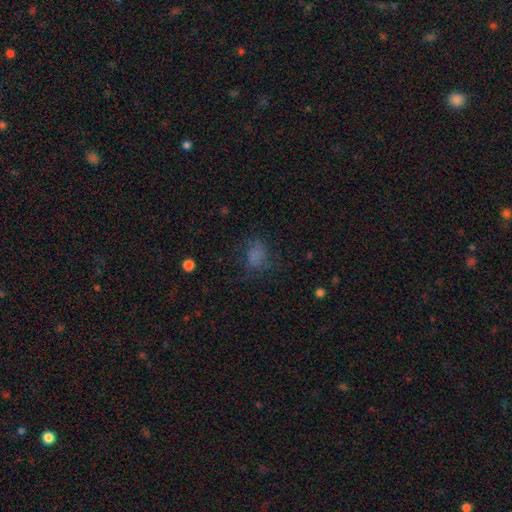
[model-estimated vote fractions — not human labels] smooth-or-featured: smooth: 69% | star or artifact: 17% | featured or disk: 13%
  how-rounded: in between: 59% | round: 39% | cigar-shaped: 2%
  merging: none: 58% | minor disturbance: 22% | major disturbance: 19% | merger: 2%